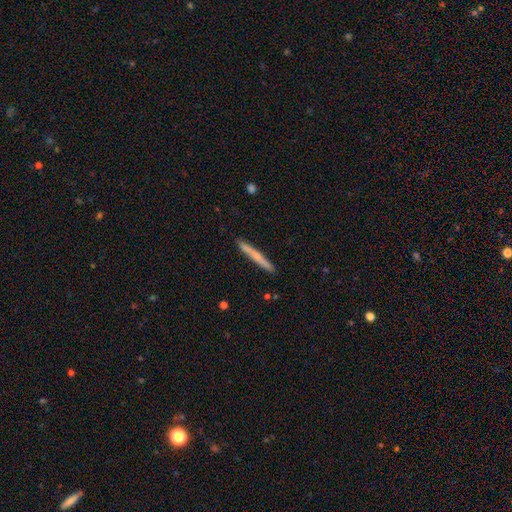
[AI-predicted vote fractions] Smooth or featured: smooth — 61% (featured or disk — 33%)
How rounded: cigar-shaped — 97% (in between — 2%)
Merging: none — 90% (minor disturbance — 7%)